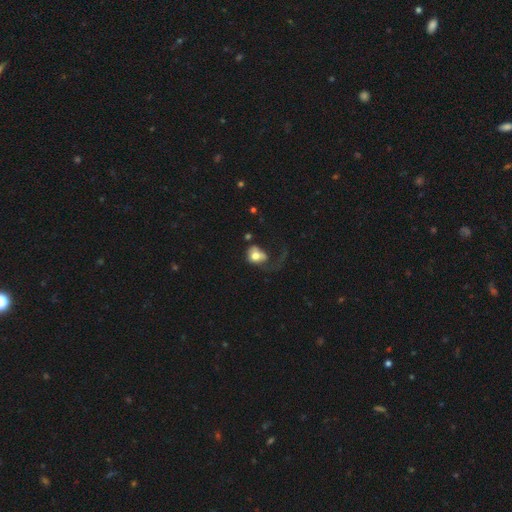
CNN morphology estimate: Smooth or featured?
  - smooth: 65% *
  - featured or disk: 27%
  - star or artifact: 9%
How rounded?
  - in between: 55% *
  - round: 43%
  - cigar-shaped: 1%
Merging?
  - major disturbance: 59% *
  - none: 19%
  - minor disturbance: 16%
  - merger: 6%